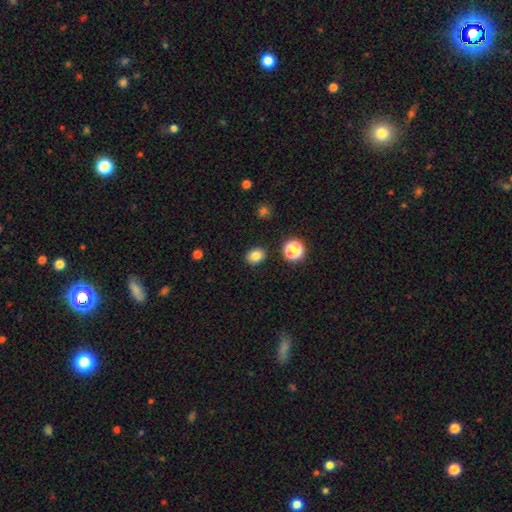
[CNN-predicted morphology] Smooth or featured: smooth — 82% (star or artifact — 12%)
How rounded: in between — 52% (round — 47%)
Merging: none — 89% (minor disturbance — 7%)